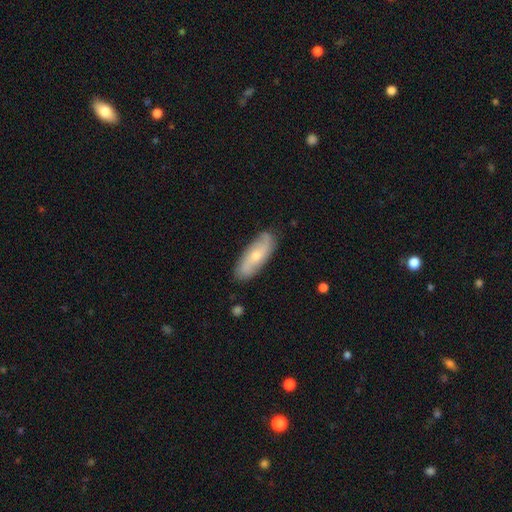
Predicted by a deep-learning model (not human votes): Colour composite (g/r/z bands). It shows a featured or disk galaxy (49%). Merging: none (83%).